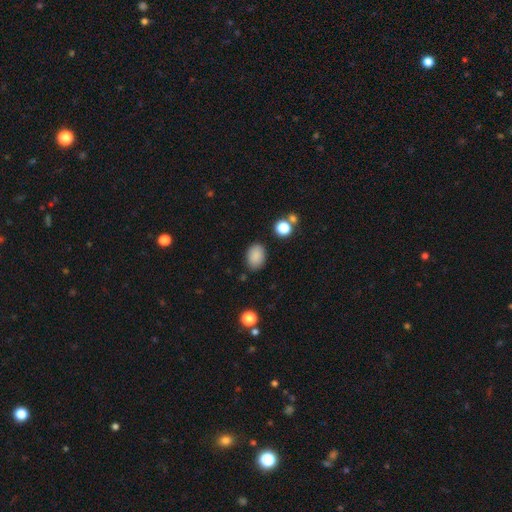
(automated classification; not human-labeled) Overall: smooth (86%). How rounded: in between (75%). Merging: none (82%).